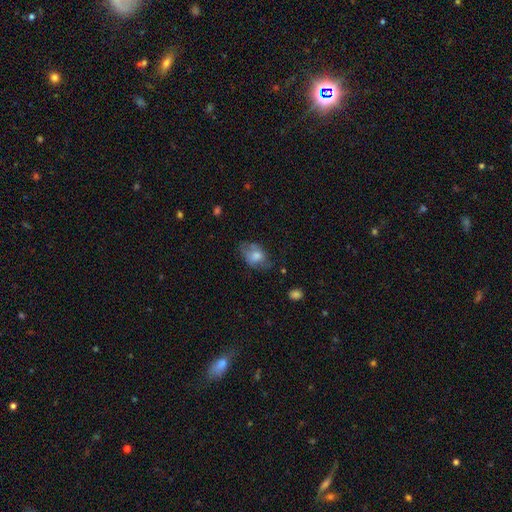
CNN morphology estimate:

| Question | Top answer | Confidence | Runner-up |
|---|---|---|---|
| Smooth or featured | smooth | 67% | featured or disk (24%) |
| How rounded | in between | 77% | round (21%) |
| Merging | none | 45% | minor disturbance (32%) |